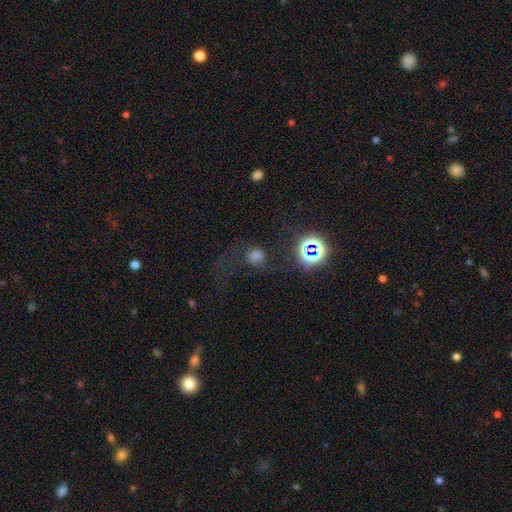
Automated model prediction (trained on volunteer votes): Smooth or featured?
  - smooth: 47% *
  - star or artifact: 31%
  - featured or disk: 21%
Merging?
  - none: 46% *
  - major disturbance: 33%
  - minor disturbance: 17%
  - merger: 5%